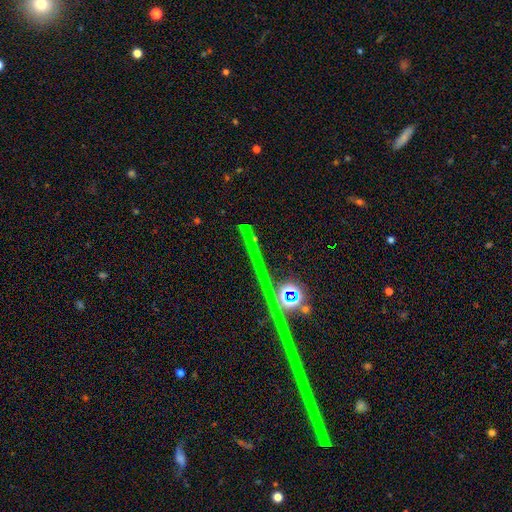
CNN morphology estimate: type=star or artifact (70%).